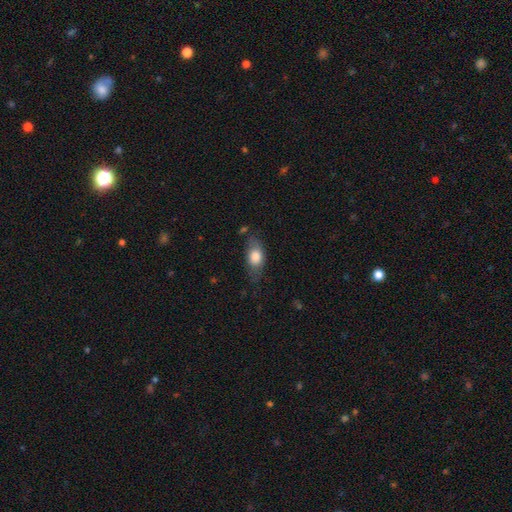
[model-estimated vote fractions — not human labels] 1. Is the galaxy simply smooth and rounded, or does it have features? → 75% smooth, 18% featured or disk, 7% star or artifact.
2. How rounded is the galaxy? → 83% in between, 9% cigar-shaped, 8% round.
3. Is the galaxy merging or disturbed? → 64% none, 24% minor disturbance, 8% major disturbance, 3% merger.